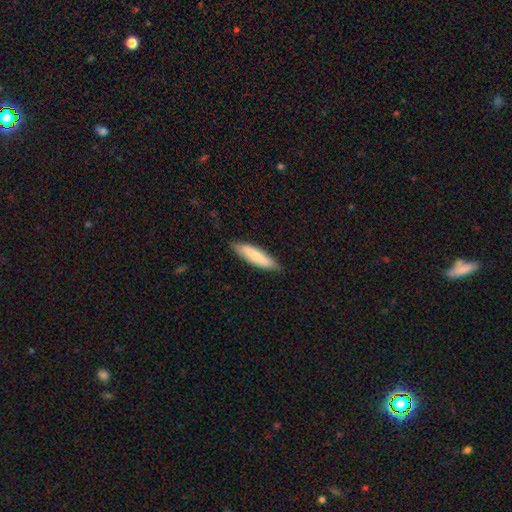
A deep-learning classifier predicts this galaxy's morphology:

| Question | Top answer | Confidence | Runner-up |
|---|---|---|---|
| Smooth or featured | smooth | 75% | featured or disk (19%) |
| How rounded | cigar-shaped | 73% | in between (26%) |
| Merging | none | 84% | minor disturbance (13%) |